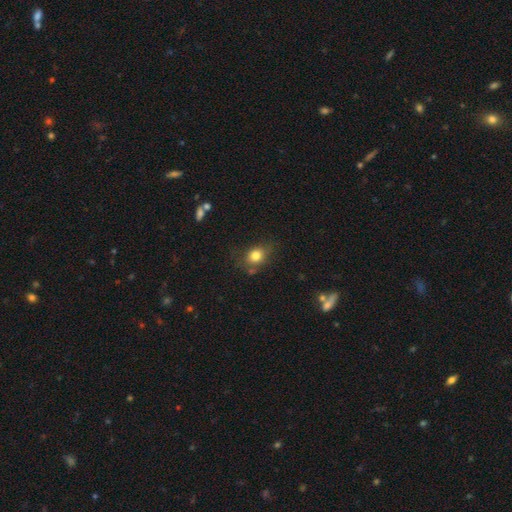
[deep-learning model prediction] smooth 80%, star or artifact 11%, featured or disk 9%. Down the decision tree: how rounded — round (53%); merging — none (67%).